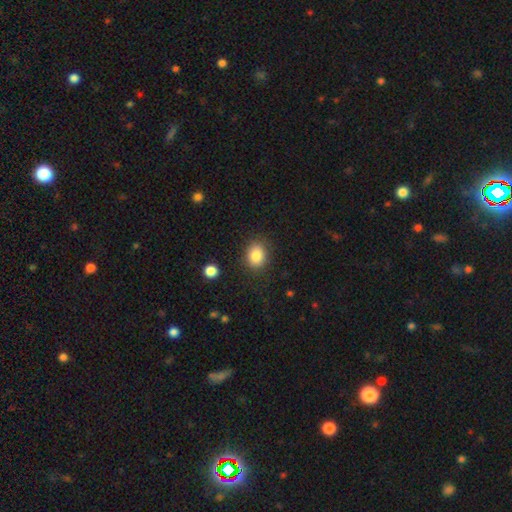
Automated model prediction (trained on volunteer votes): Smooth or featured? smooth (85%)
How rounded? in between (50%)
Merging? none (85%)